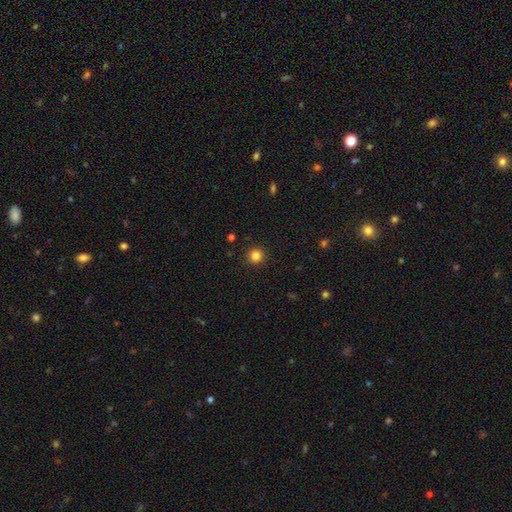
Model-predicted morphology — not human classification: smooth-or-featured: smooth: 84% | star or artifact: 12% | featured or disk: 4%
  how-rounded: round: 95% | in between: 4% | cigar-shaped: 1%
  merging: none: 92% | minor disturbance: 5% | major disturbance: 2% | merger: 1%